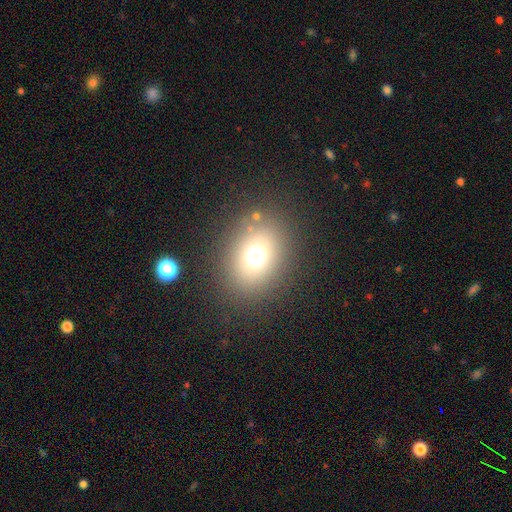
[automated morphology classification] Smooth or featured?
  - smooth: 67% *
  - star or artifact: 22%
  - featured or disk: 11%
How rounded?
  - round: 60% *
  - in between: 39%
  - cigar-shaped: 1%
Merging?
  - none: 84% *
  - minor disturbance: 8%
  - major disturbance: 6%
  - merger: 3%